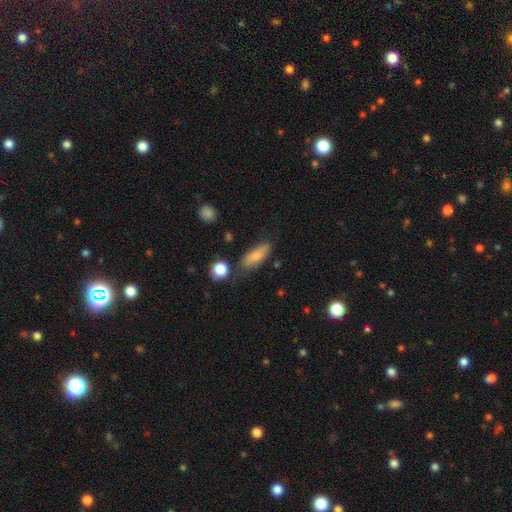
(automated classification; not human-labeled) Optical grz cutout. It shows a smooth galaxy with no disk features (81%) that is in between round and cigar-shaped (67%). Merging: none (69%).